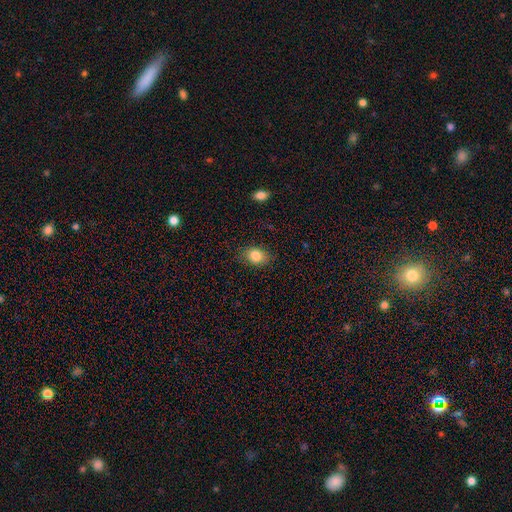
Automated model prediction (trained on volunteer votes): Overall: smooth (84%). How rounded: in between (67%; round 32%). Merging: none (82%).